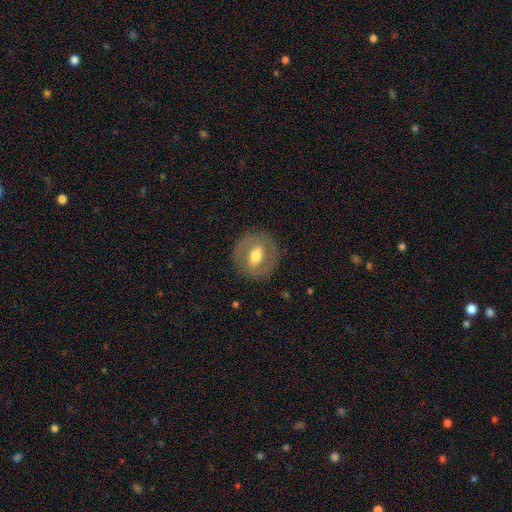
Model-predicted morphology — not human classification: Overall: featured or disk (47%; smooth 46%). Merging: none (84%).